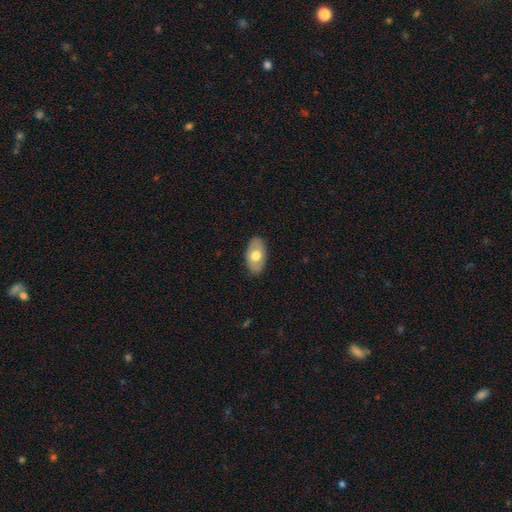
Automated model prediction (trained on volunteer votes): Smooth or featured? Predicted: smooth (p=0.62). How rounded? Predicted: in between (p=0.92). Merging? Predicted: none (p=0.84).